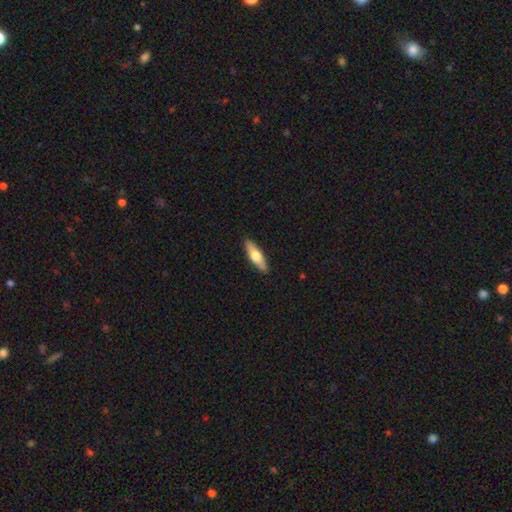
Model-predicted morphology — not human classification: Smooth or featured? Predicted: smooth (p=0.56). How rounded? Predicted: cigar-shaped (p=0.54). Merging? Predicted: none (p=0.90).